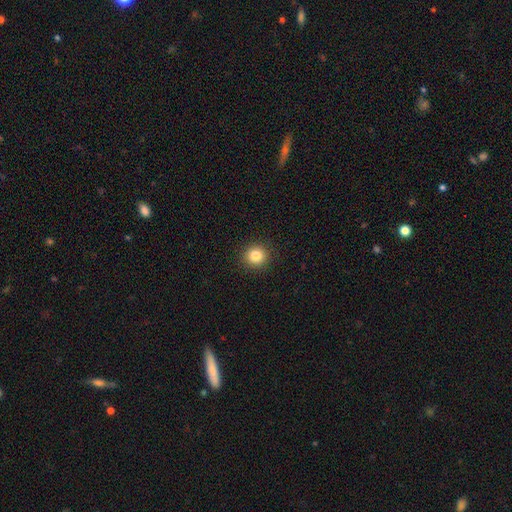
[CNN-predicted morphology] A smooth galaxy with no disk features (84%) that is round (93%). Merging: none (92%).